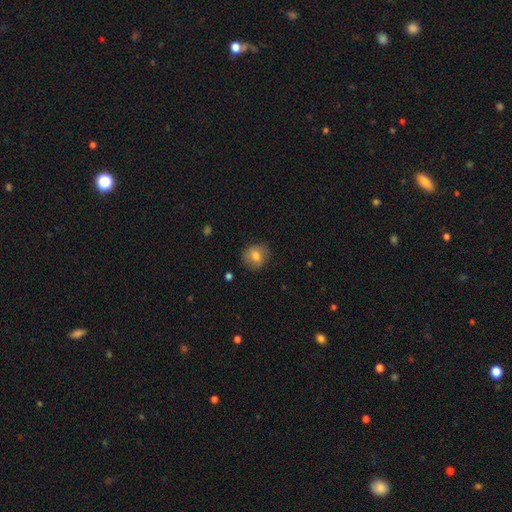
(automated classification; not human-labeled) smooth-or-featured: smooth: 73% | featured or disk: 18% | star or artifact: 9%
  how-rounded: round: 80% | in between: 18% | cigar-shaped: 1%
  merging: none: 81% | minor disturbance: 14% | major disturbance: 4% | merger: 1%